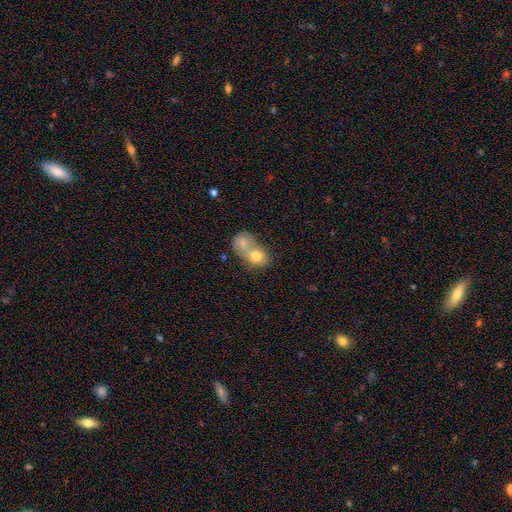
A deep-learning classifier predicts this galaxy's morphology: This appears to be a smooth galaxy with no disk features (74%) that is round (56%). Merging: merger (75%).